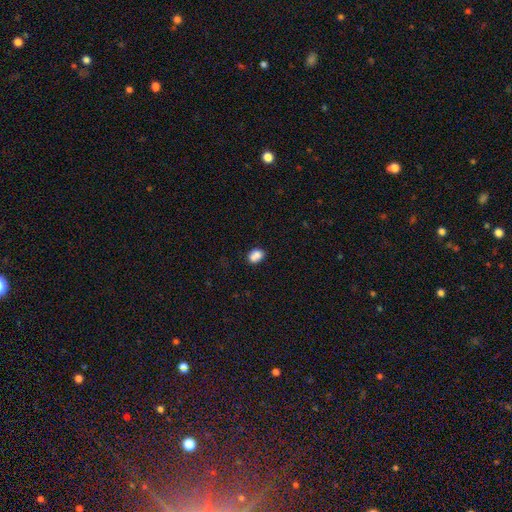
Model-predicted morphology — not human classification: Smooth or featured? Predicted: smooth (p=0.82). How rounded? Predicted: in between (p=0.60). Merging? Predicted: none (p=0.57).